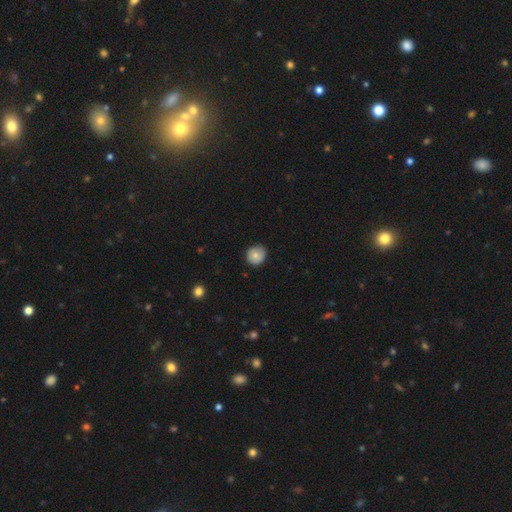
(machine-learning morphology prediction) A smooth galaxy with no disk features (75%) that is round (90%).

Vote fractions:
- Smooth or featured? smooth: 75% / featured or disk: 18% / star or artifact: 8%
- How rounded? round: 90% / in between: 9% / cigar-shaped: 1%
- Merging? none: 84% / minor disturbance: 13% / major disturbance: 2% / merger: 1%